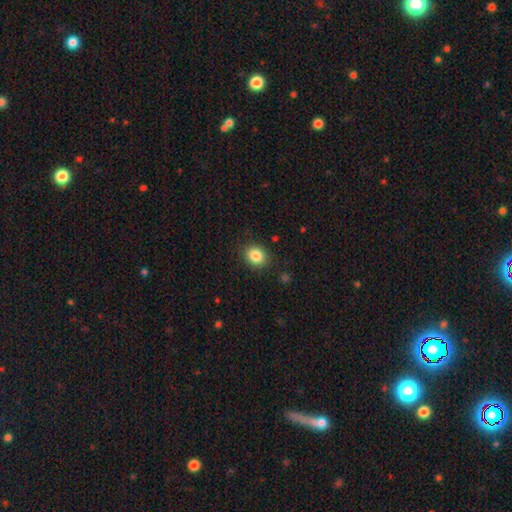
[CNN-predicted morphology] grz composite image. It shows a smooth galaxy with no disk features (85%) that is round (60%). Merging: none (87%).